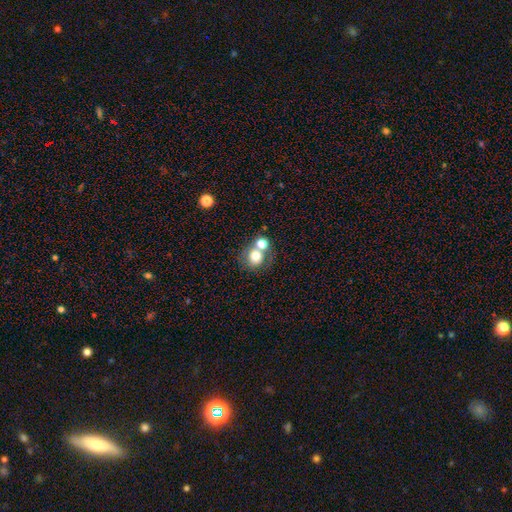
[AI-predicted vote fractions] A smooth galaxy with no disk features (72%) that is round (79%). Merging: none (45%).